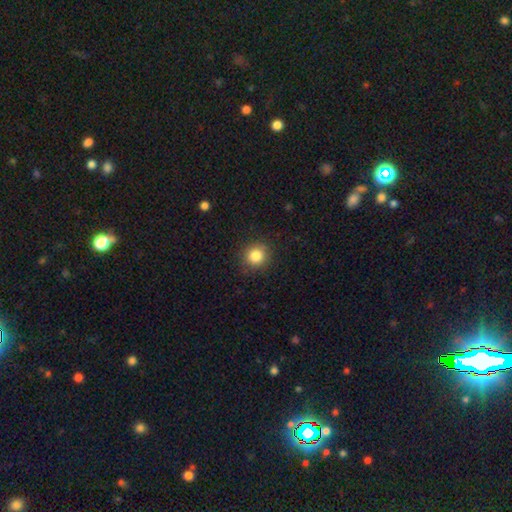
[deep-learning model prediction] This appears to be a smooth galaxy with no disk features (85%) that is round (90%). Merging: none (89%).